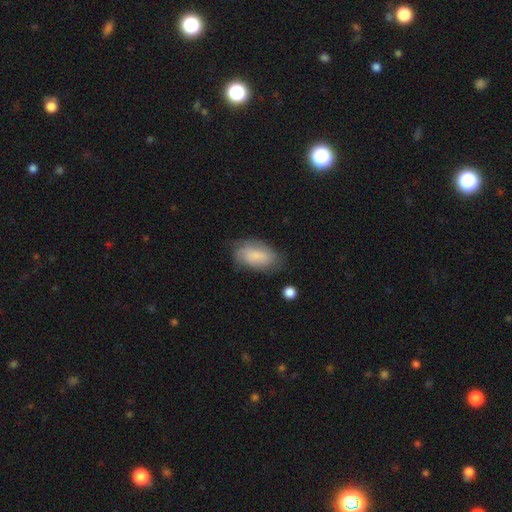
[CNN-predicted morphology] This appears to be a smooth galaxy with no disk features (70%) that is in between round and cigar-shaped (93%). Merging: none (64%).